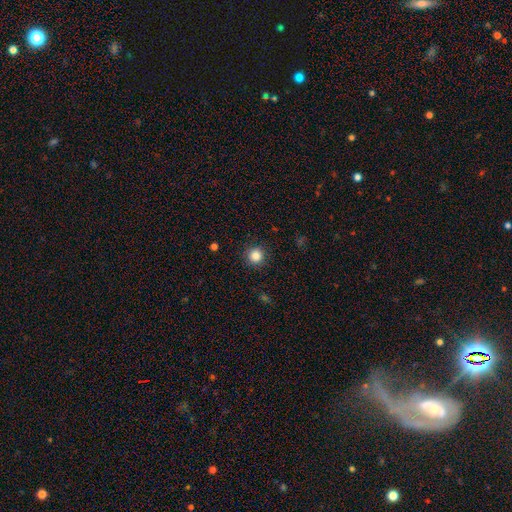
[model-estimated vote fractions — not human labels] Smooth or featured? Predicted: smooth (p=0.85). How rounded? Predicted: round (p=0.95). Merging? Predicted: none (p=0.91).